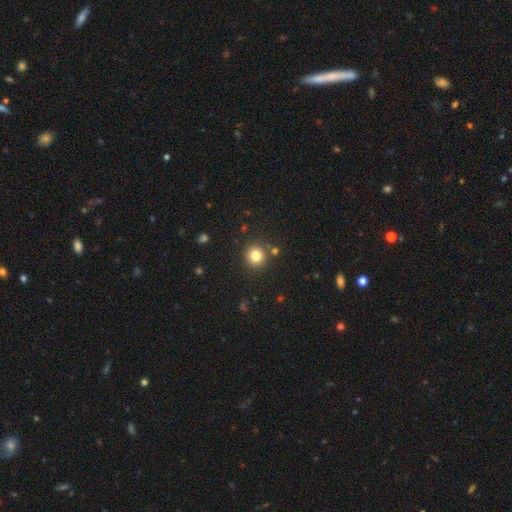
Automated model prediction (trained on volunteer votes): Smooth or featured?
  - smooth: 81% *
  - star or artifact: 13%
  - featured or disk: 7%
How rounded?
  - round: 93% *
  - in between: 6%
  - cigar-shaped: 1%
Merging?
  - none: 87% *
  - minor disturbance: 6%
  - merger: 4%
  - major disturbance: 2%